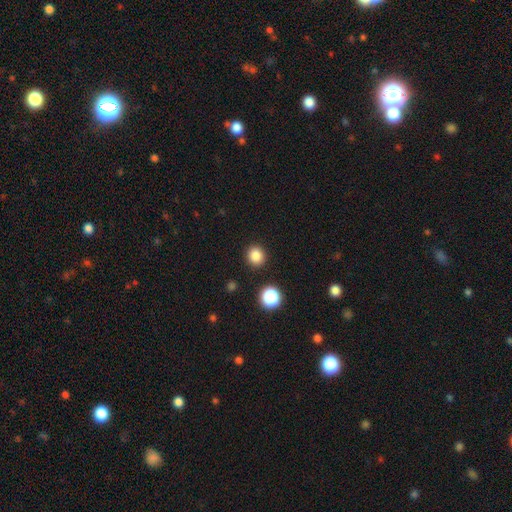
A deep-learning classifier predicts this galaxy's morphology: The model was most divided on "smooth or featured": smooth: 83%, star or artifact: 12%, featured or disk: 4%. More confident: merging — none (91%); how rounded — round (89%).